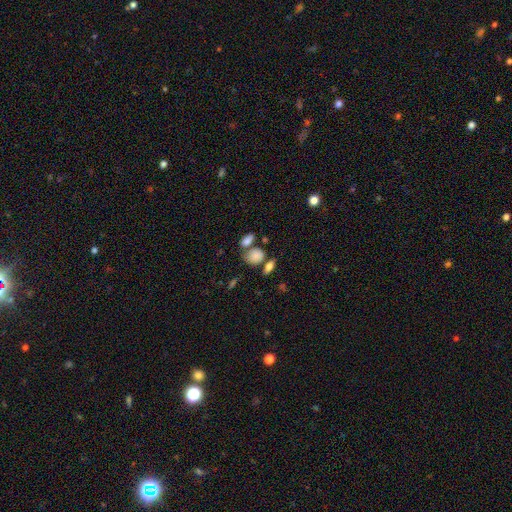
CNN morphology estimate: A smooth galaxy with no disk features (81%) that is in between round and cigar-shaped (57%). Merging: none (54%).